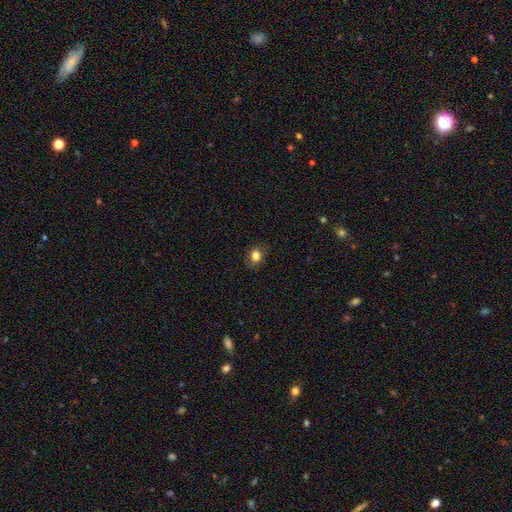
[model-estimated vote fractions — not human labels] A smooth galaxy with no disk features (83%) that is in between round and cigar-shaped (50%). Merging: none (84%).